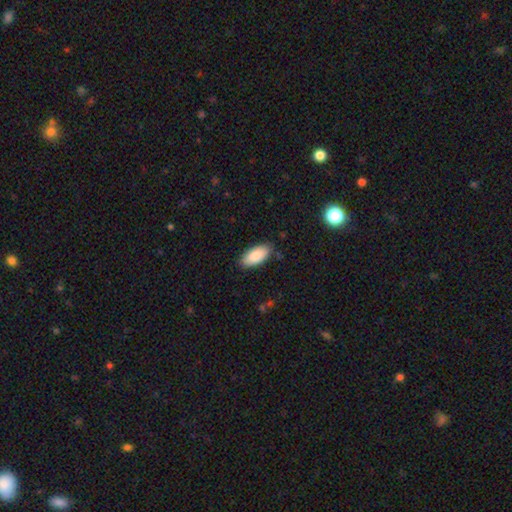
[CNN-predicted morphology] A smooth galaxy with no disk features (87%) that is in between round and cigar-shaped (91%).

Vote fractions:
- Smooth or featured? smooth: 87% / featured or disk: 7% / star or artifact: 6%
- How rounded? in between: 91% / cigar-shaped: 7% / round: 2%
- Merging? none: 84% / minor disturbance: 12% / major disturbance: 2% / merger: 1%